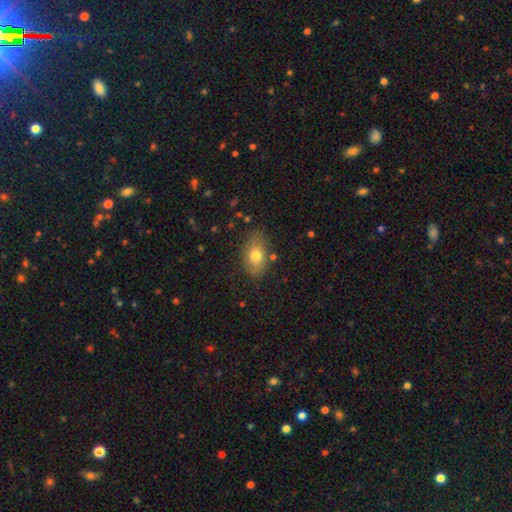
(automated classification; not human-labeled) smooth 75%, featured or disk 16%, star or artifact 9%. Down the decision tree: how rounded — in between (85%); merging — none (78%).